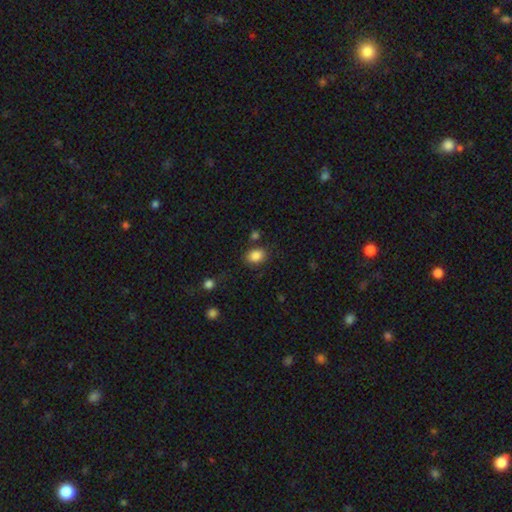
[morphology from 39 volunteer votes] Overall: smooth (97%). How rounded: in between (55%; round 42%). Merging: none (62%).